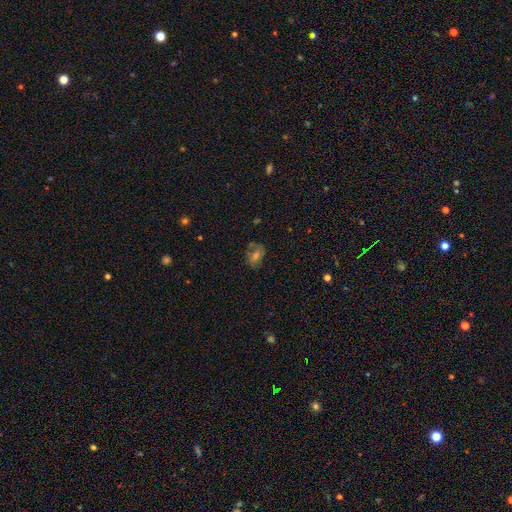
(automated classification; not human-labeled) smooth 43%, featured or disk 31%, star or artifact 26%. Down the decision tree: merging — none (67%).